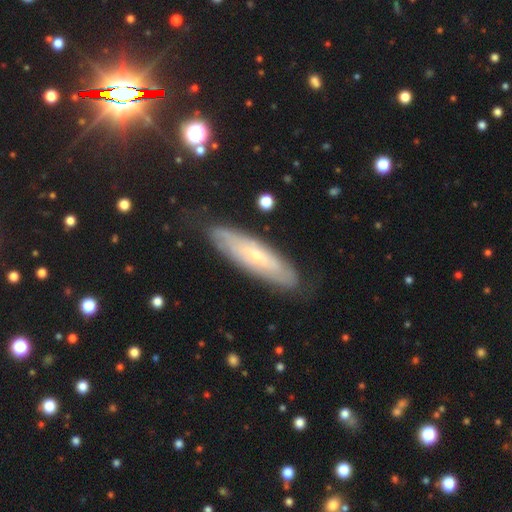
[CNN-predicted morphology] This appears to be a featured or disk galaxy (61%). Merging: none (81%).